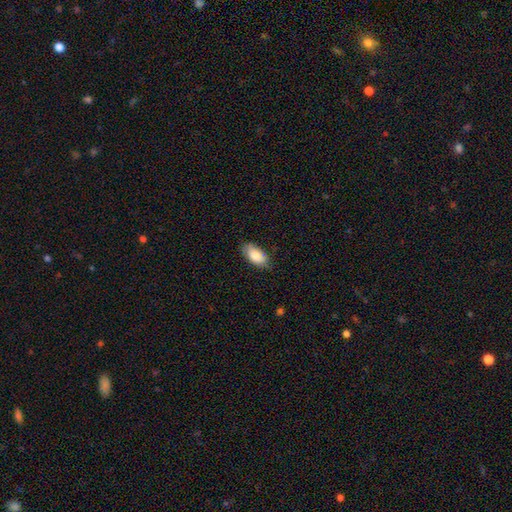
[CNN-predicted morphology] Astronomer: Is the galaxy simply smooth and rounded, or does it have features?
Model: smooth — 85%.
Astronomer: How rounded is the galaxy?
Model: in between — 93%.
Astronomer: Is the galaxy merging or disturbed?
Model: none — 79%.